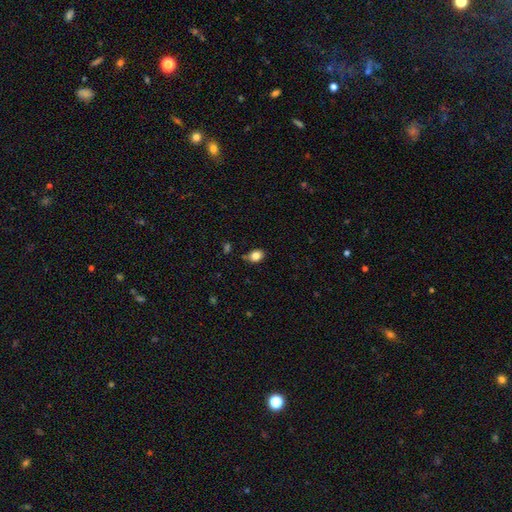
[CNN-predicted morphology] Smooth or featured? Predicted: smooth (p=0.84). How rounded? Predicted: in between (p=0.65). Merging? Predicted: none (p=0.71).